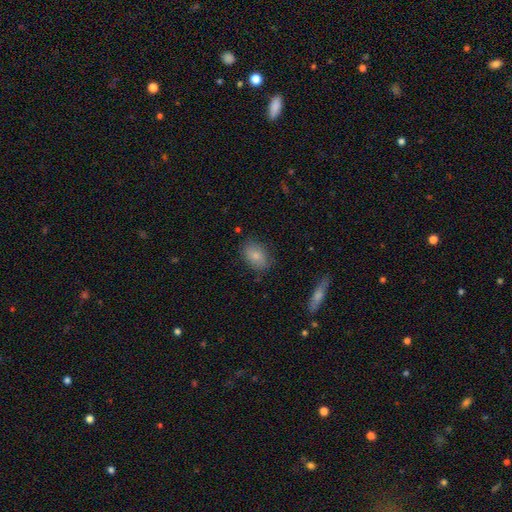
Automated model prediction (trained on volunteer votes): Smooth or featured?
  - smooth: 82% *
  - featured or disk: 10%
  - star or artifact: 8%
How rounded?
  - in between: 82% *
  - round: 16%
  - cigar-shaped: 1%
Merging?
  - none: 80% *
  - minor disturbance: 15%
  - major disturbance: 4%
  - merger: 2%